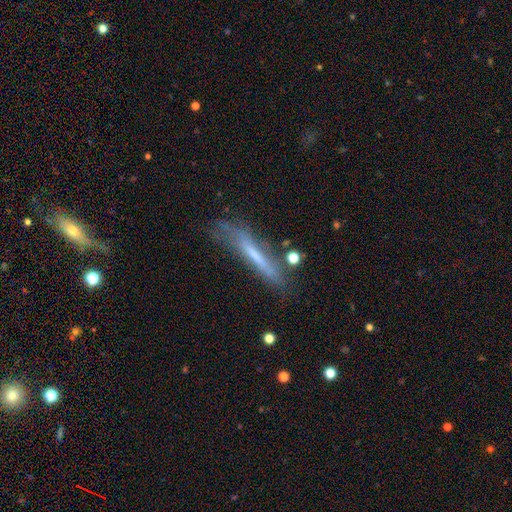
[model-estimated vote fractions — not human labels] featured or disk 47%, smooth 44%, star or artifact 9%. Down the decision tree: merging — none (57%).